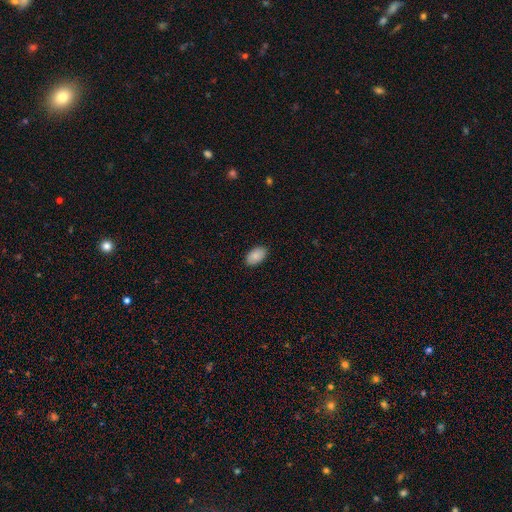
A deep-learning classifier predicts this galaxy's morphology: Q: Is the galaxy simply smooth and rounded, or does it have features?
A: smooth — 88%.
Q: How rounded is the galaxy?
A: in between — 94%.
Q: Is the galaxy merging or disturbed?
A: none — 88%.